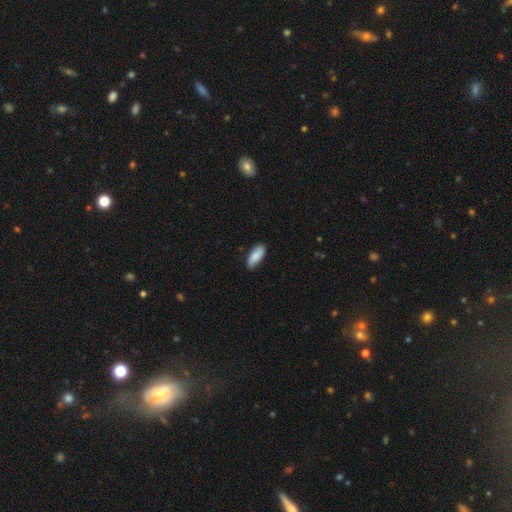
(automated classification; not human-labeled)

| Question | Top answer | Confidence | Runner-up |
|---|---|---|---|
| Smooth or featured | smooth | 87% | featured or disk (7%) |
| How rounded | in between | 81% | cigar-shaped (18%) |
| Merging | none | 84% | minor disturbance (13%) |